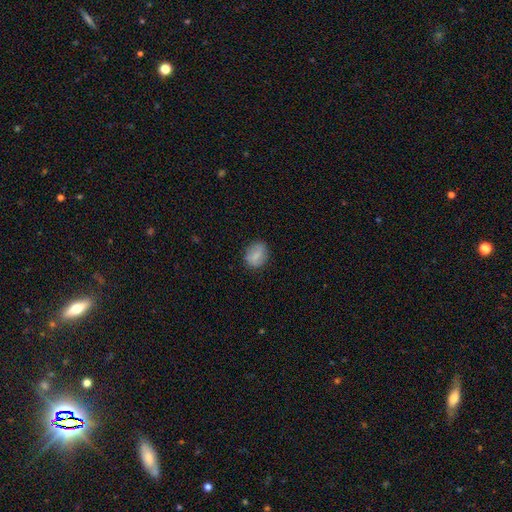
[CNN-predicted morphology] Smooth or featured? smooth (77%)
How rounded? in between (53%)
Merging? none (80%)